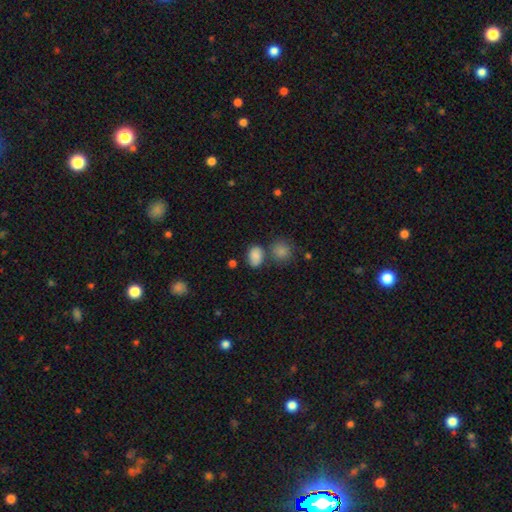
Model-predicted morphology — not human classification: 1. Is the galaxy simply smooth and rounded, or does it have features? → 83% smooth, 10% star or artifact, 7% featured or disk.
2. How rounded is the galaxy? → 77% in between, 22% round, 1% cigar-shaped.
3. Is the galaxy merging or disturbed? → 57% none, 20% merger, 17% minor disturbance, 6% major disturbance.